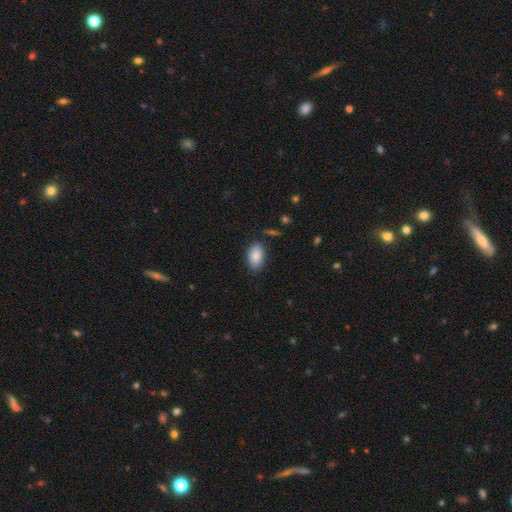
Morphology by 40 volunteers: smooth_or_featured: smooth (p=0.88) [alt: star or artifact p=0.12]
how_rounded: in between (p=0.94) [alt: round p=0.06]
merging: none (p=0.91) [alt: minor disturbance p=0.06]